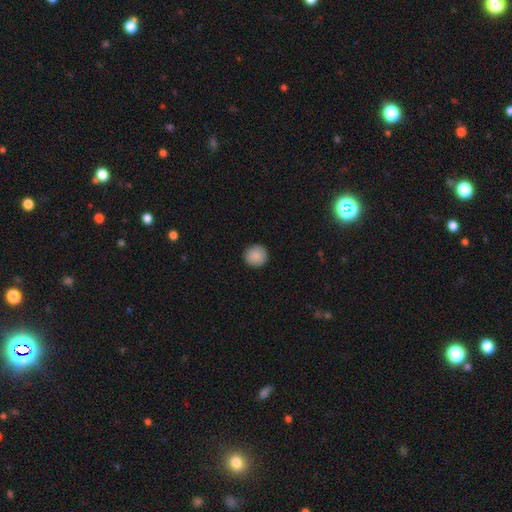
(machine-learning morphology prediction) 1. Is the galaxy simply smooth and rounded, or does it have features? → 89% smooth, 8% star or artifact, 4% featured or disk.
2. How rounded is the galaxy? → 94% round, 5% in between, 1% cigar-shaped.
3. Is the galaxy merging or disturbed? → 92% none, 5% minor disturbance, 2% major disturbance, 1% merger.